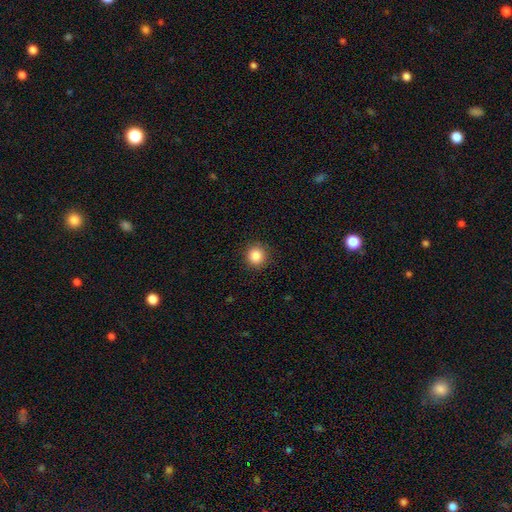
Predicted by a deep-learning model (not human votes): Smooth or featured? Predicted: smooth (p=0.86). How rounded? Predicted: round (p=0.93). Merging? Predicted: none (p=0.91).